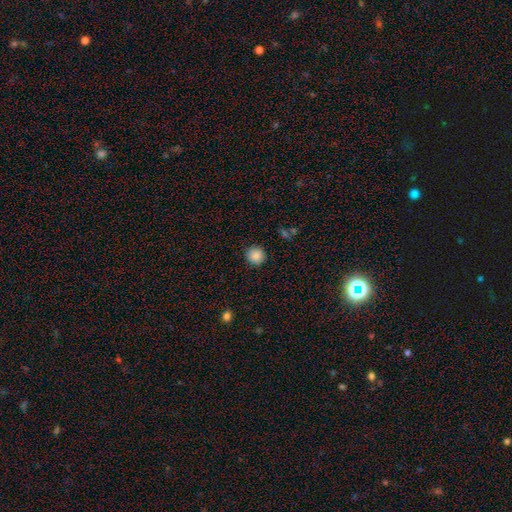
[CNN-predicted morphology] Smooth or featured? Predicted: smooth (p=0.87). How rounded? Predicted: round (p=0.93). Merging? Predicted: none (p=0.90).